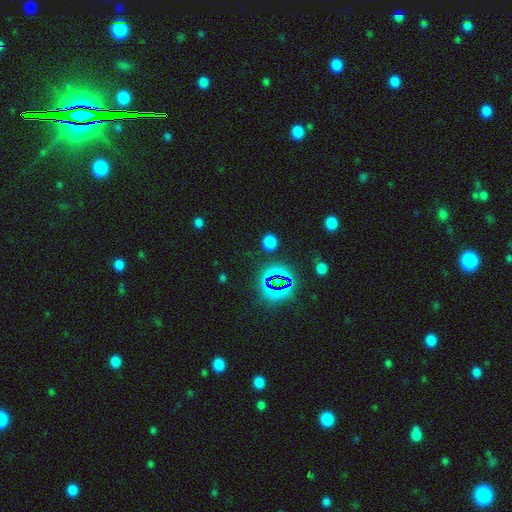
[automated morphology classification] smooth_or_featured: star or artifact (p=0.66) [alt: smooth p=0.19]